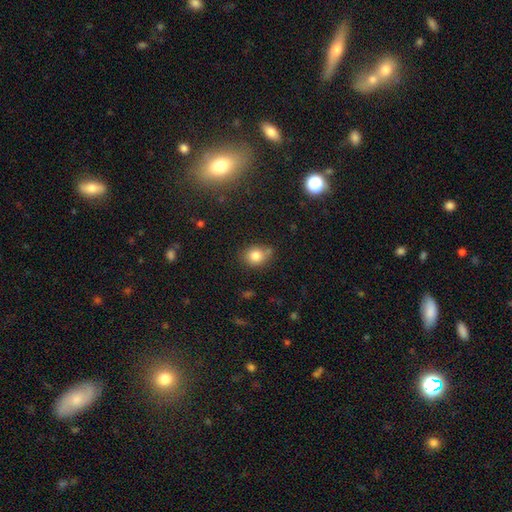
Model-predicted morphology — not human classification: smooth 82%, star or artifact 10%, featured or disk 8%. Down the decision tree: how rounded — round (60%); merging — none (62%).